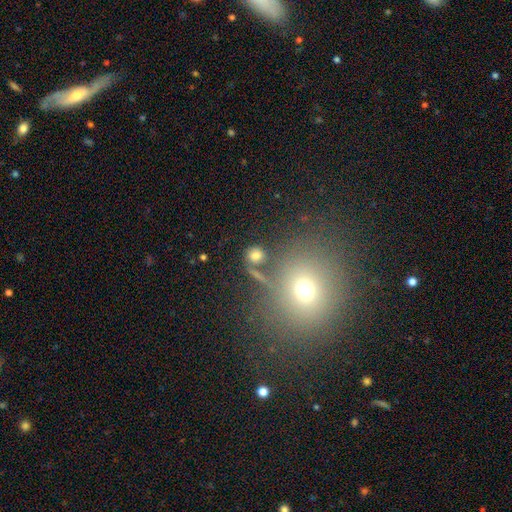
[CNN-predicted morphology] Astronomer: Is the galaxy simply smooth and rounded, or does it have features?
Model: smooth — 72%.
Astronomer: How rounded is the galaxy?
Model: round — 84%.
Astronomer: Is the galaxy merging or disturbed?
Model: none — 68%.